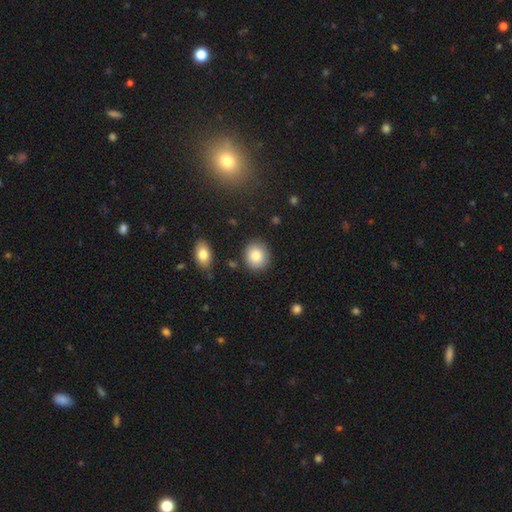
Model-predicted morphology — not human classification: Overall: smooth (85%). How rounded: round (77%). Merging: none (86%).